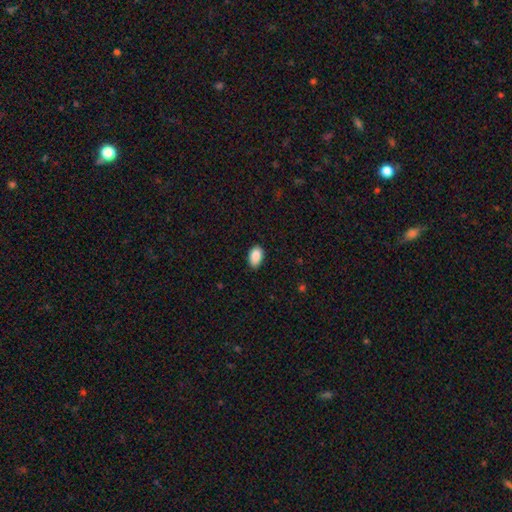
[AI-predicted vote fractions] A smooth galaxy with no disk features (89%) that is in between round and cigar-shaped (91%). Merging: none (79%).